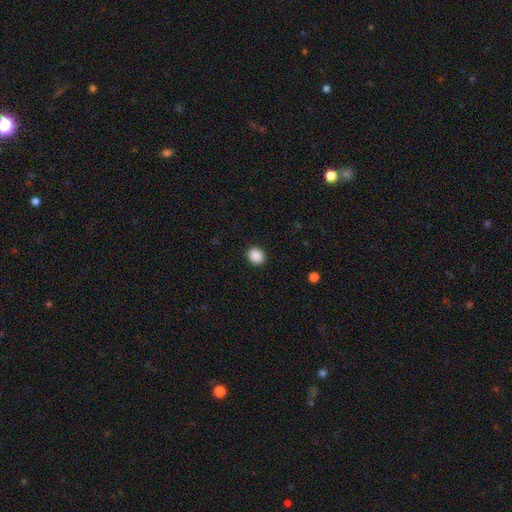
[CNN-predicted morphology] This appears to be a smooth galaxy with no disk features (89%) that is round (74%). Merging: none (91%).